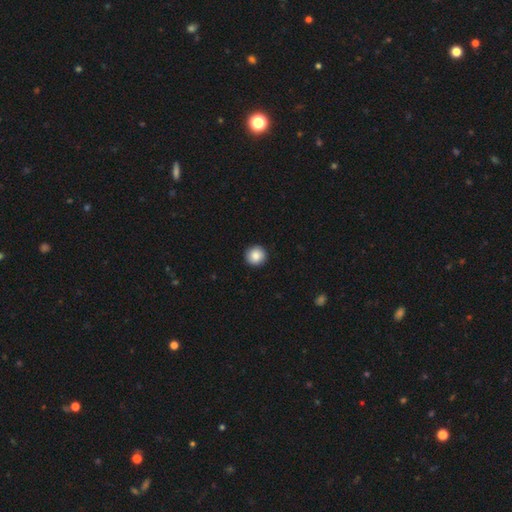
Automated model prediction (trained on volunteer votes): Smooth or featured? smooth (87%)
How rounded? round (95%)
Merging? none (93%)